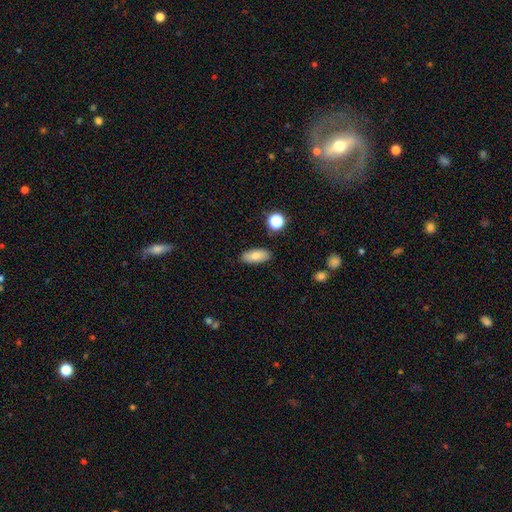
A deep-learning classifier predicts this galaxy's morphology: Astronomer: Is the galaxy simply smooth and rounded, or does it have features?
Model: smooth — 79%.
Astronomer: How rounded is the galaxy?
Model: in between — 87%.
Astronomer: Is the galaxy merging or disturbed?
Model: none — 85%.